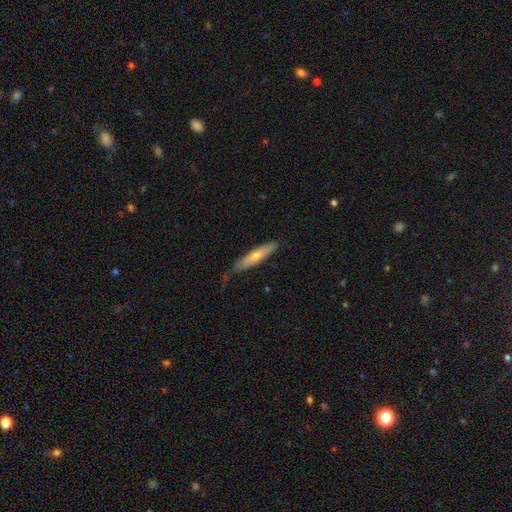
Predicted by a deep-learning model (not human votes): smooth 55%, featured or disk 39%, star or artifact 6%. Down the decision tree: how rounded — cigar-shaped (87%); merging — none (74%).